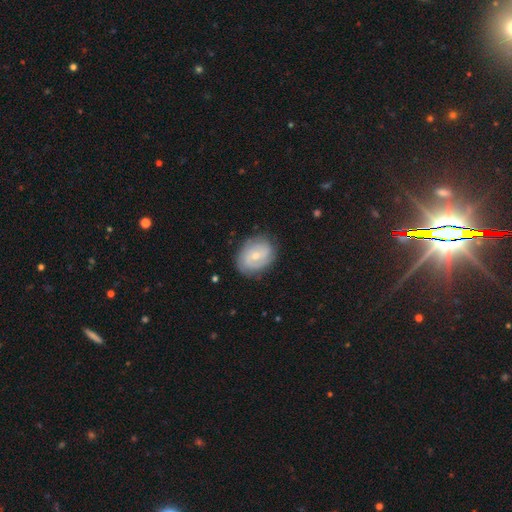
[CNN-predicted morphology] The model was most divided on "spiral arm count": 2: 42%, can't tell: 34%, 3: 13%, 1: 4%, 4: 4%, more than 4: 3%. More confident: edge-on disk — no (97%); spiral arms — yes (84%); merging — none (79%); smooth or featured — featured or disk (63%); bar — no (58%); bulge size — small (58%); spiral winding — tight (54%).